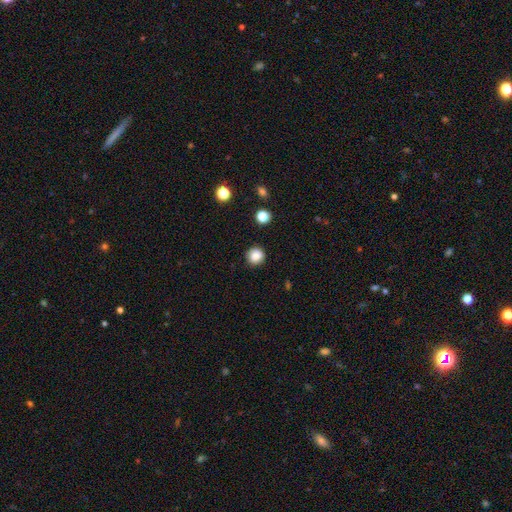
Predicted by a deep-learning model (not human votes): smooth-or-featured: smooth: 86% | star or artifact: 11% | featured or disk: 4%
  how-rounded: round: 93% | in between: 6% | cigar-shaped: 1%
  merging: none: 90% | minor disturbance: 7% | major disturbance: 2% | merger: 1%